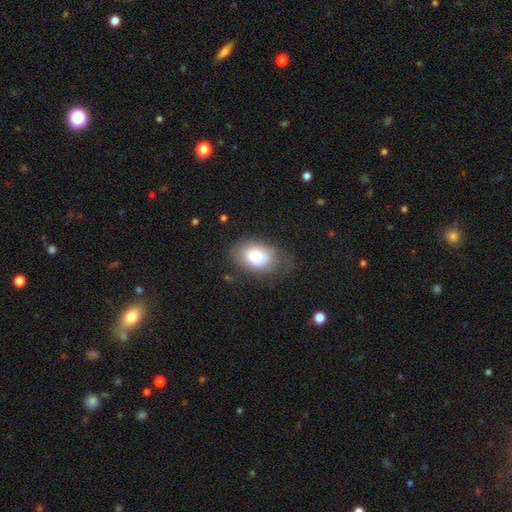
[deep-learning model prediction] Smooth or featured? Predicted: smooth (p=0.72). How rounded? Predicted: in between (p=0.74). Merging? Predicted: none (p=0.61).